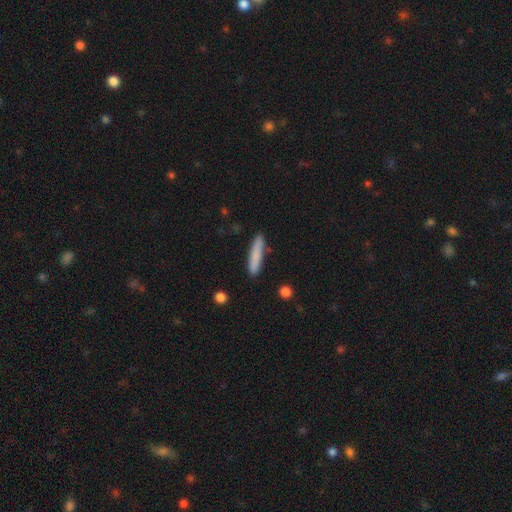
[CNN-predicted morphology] Smooth or featured: smooth — 81% (featured or disk — 13%)
How rounded: cigar-shaped — 90% (in between — 9%)
Merging: none — 86% (minor disturbance — 10%)